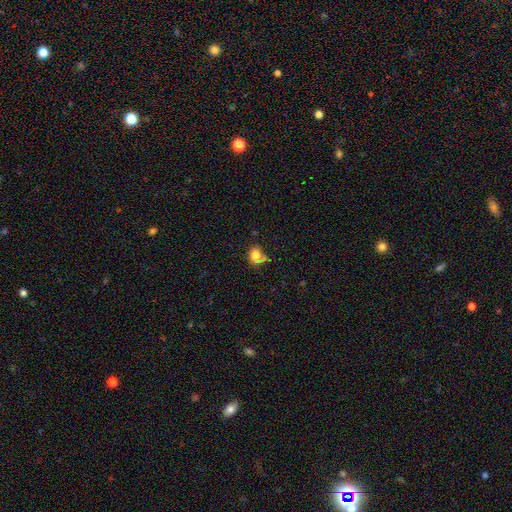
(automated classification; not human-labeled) smooth-or-featured: smooth: 79% | star or artifact: 11% | featured or disk: 10%
  how-rounded: in between: 52% | round: 47% | cigar-shaped: 1%
  merging: none: 48% | merger: 23% | minor disturbance: 20% | major disturbance: 8%